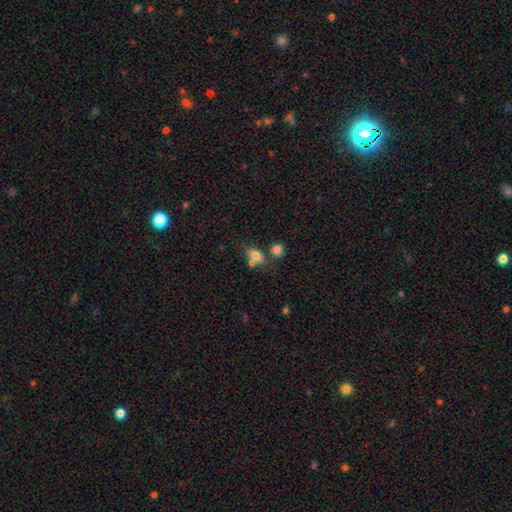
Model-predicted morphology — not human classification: smooth_or_featured: smooth (p=0.79) [alt: star or artifact p=0.11]
how_rounded: in between (p=0.79) [alt: round p=0.18]
merging: none (p=0.53) [alt: merger p=0.28]